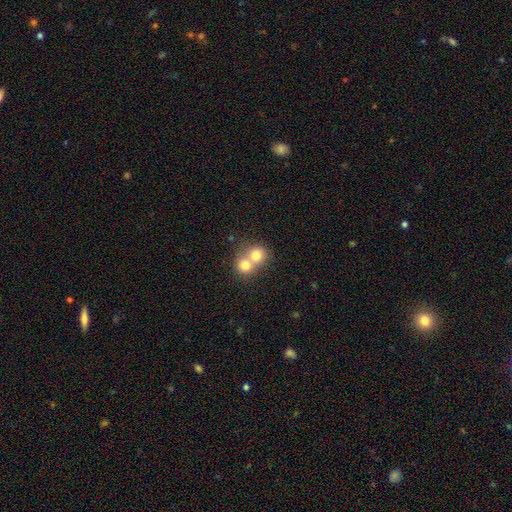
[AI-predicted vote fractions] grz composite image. It shows a smooth galaxy with no disk features (75%) that is round (80%). Merging: merger (68%).